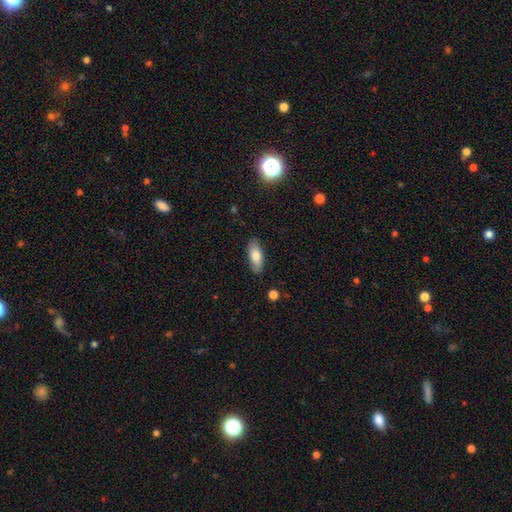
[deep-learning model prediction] A smooth galaxy with no disk features (78%) that is in between round and cigar-shaped (81%).

Vote fractions:
- Smooth or featured? smooth: 78% / featured or disk: 15% / star or artifact: 6%
- How rounded? in between: 81% / cigar-shaped: 16% / round: 2%
- Merging? none: 85% / minor disturbance: 11% / major disturbance: 2% / merger: 1%